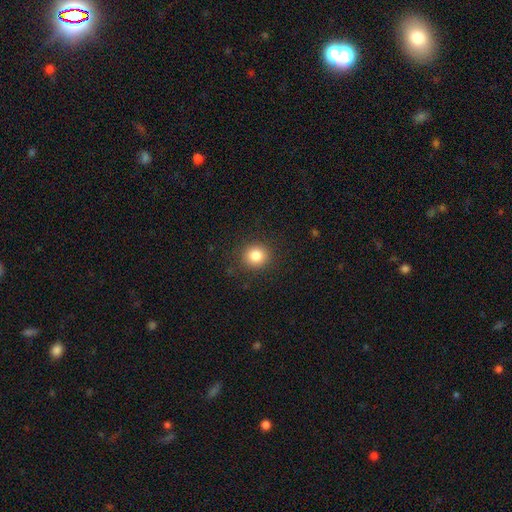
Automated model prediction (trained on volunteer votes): This appears to be a smooth galaxy with no disk features (84%) that is round (88%). Merging: none (88%).